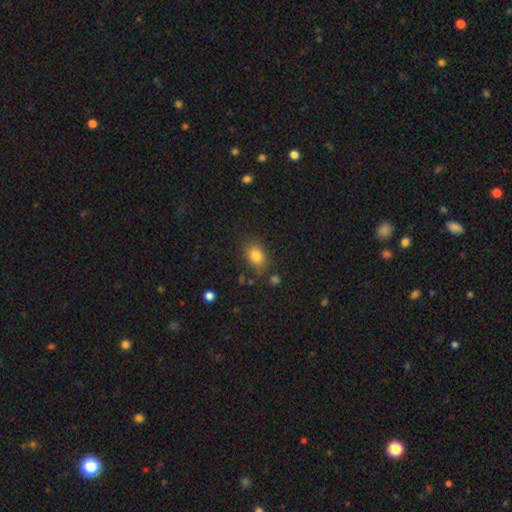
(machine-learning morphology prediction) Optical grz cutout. It shows a smooth galaxy with no disk features (83%) that is in between round and cigar-shaped (73%). Merging: none (76%).